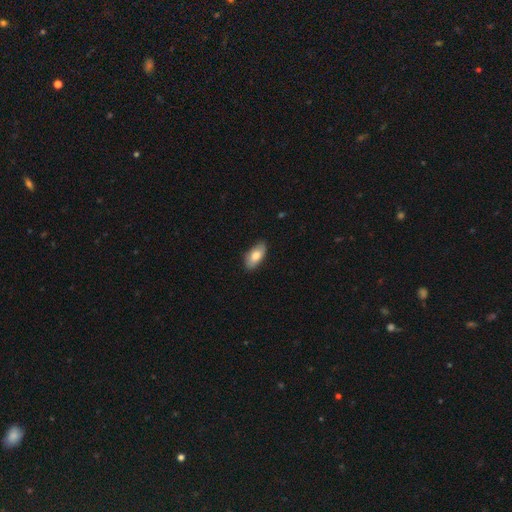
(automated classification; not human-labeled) Smooth or featured? smooth (78%)
How rounded? in between (92%)
Merging? none (85%)